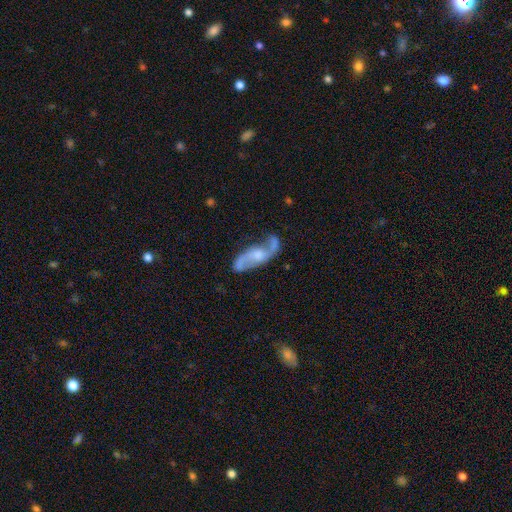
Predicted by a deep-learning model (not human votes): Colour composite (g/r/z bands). It shows a featured or disk galaxy (80%) with no bar (56%), 2 (89%) loose (60%) spiral arms (92%) and a moderate central bulge (51%). Merging: none (60%).